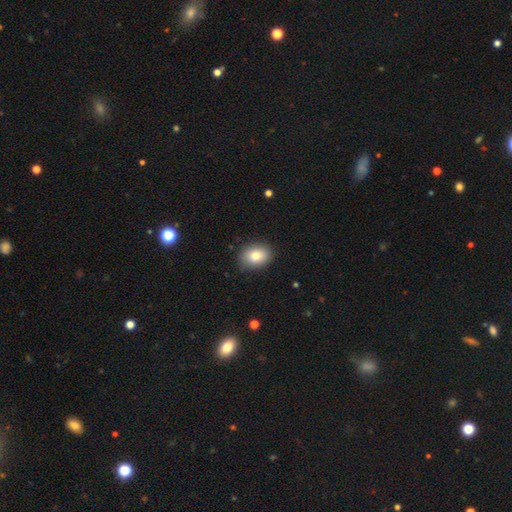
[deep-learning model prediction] Smooth or featured?
  - smooth: 83% *
  - featured or disk: 9%
  - star or artifact: 8%
How rounded?
  - in between: 69% *
  - round: 29%
  - cigar-shaped: 1%
Merging?
  - none: 85% *
  - minor disturbance: 11%
  - major disturbance: 2%
  - merger: 1%